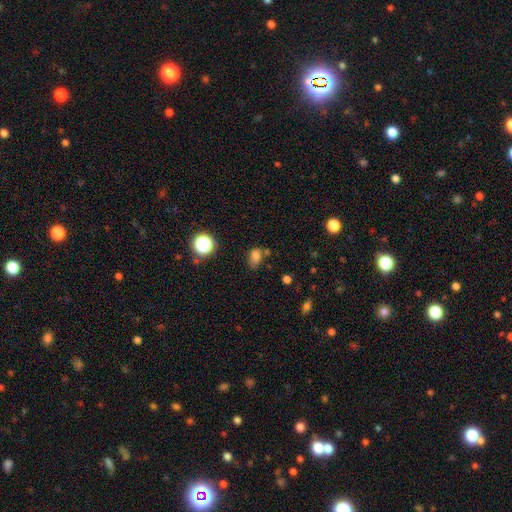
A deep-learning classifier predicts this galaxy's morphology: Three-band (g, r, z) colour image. It shows a smooth galaxy with no disk features (75%) that is in between round and cigar-shaped (72%). Merging: none (51%).